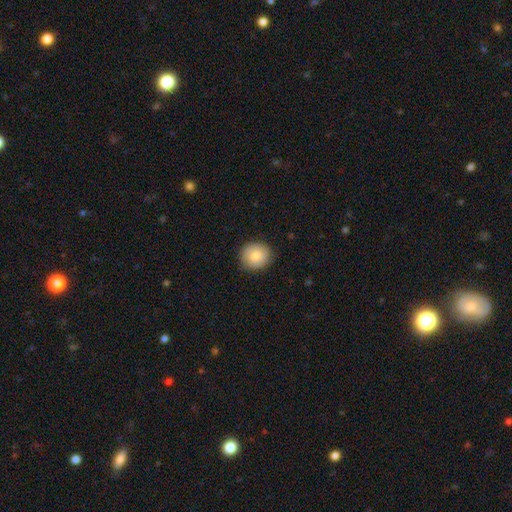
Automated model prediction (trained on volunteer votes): A smooth galaxy with no disk features (78%) that is round (84%).

Vote fractions:
- Smooth or featured? smooth: 78% / featured or disk: 15% / star or artifact: 7%
- How rounded? round: 84% / in between: 15% / cigar-shaped: 1%
- Merging? none: 85% / minor disturbance: 12% / major disturbance: 2% / merger: 1%